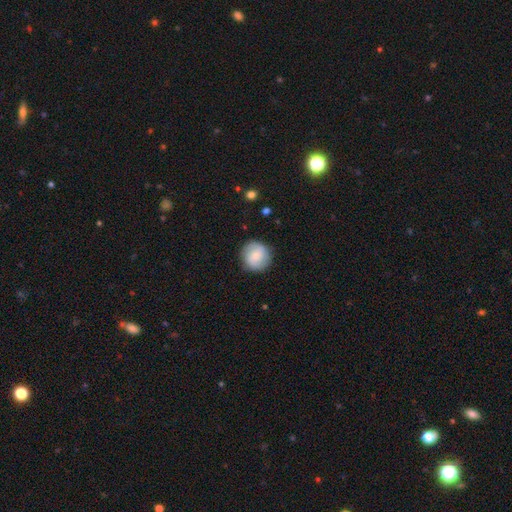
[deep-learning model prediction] Morphology: type=smooth (72%); roundness=round (93%); merging=none (87%).